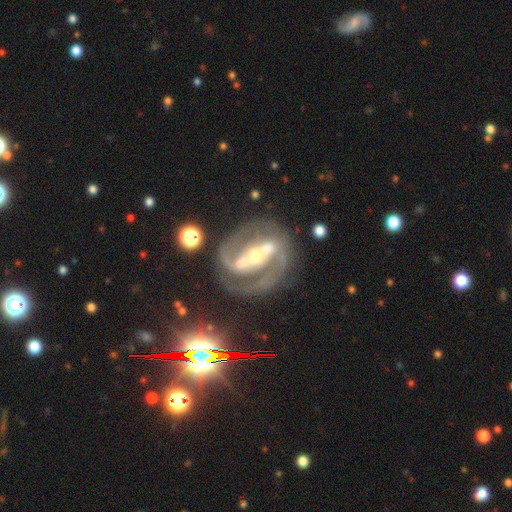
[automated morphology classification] The model was most divided on "spiral winding": medium: 50%, tight: 37%, loose: 13%. More confident: spiral arms — yes (95%); edge-on disk — no (95%); spiral arm count — 2 (89%); smooth or featured — featured or disk (89%); bar — strong (75%); merging — none (75%); bulge size — small (59%).